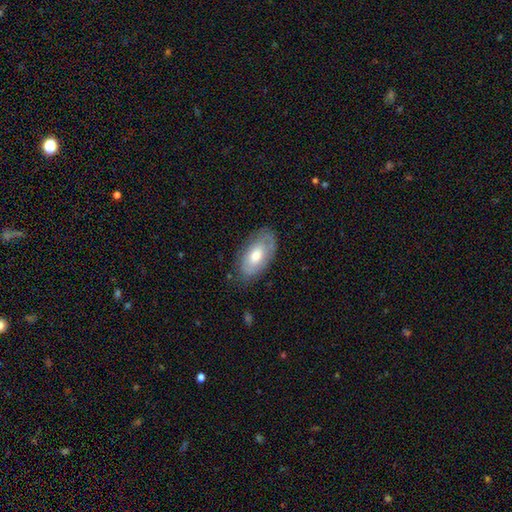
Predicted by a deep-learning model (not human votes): Smooth or featured: smooth — 56% (featured or disk — 37%)
How rounded: in between — 93% (round — 4%)
Merging: none — 75% (minor disturbance — 19%)